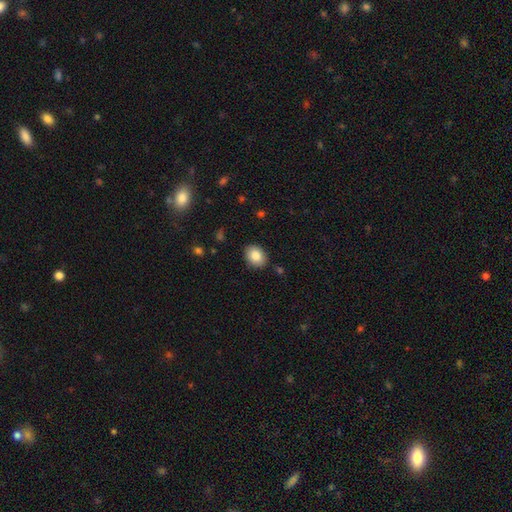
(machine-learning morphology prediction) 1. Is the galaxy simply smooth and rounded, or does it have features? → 84% smooth, 8% star or artifact, 8% featured or disk.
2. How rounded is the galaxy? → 55% in between, 44% round, 1% cigar-shaped.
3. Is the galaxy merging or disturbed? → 88% none, 9% minor disturbance, 2% major disturbance, 1% merger.